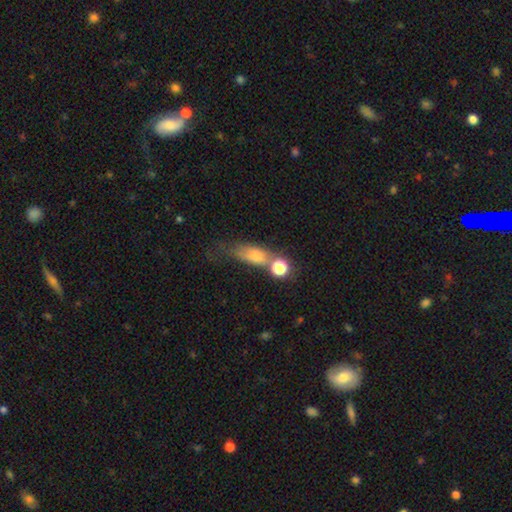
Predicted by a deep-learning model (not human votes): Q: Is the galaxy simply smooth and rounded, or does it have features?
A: smooth — 65%.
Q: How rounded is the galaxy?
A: in between — 49%.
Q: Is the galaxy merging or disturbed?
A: none — 38%.